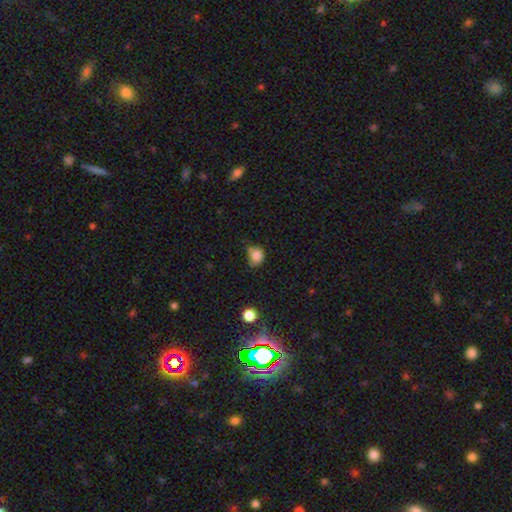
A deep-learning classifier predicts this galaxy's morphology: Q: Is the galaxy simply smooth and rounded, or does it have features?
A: smooth — 80%.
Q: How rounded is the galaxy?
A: round — 63%.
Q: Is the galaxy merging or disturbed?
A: minor disturbance — 39%.